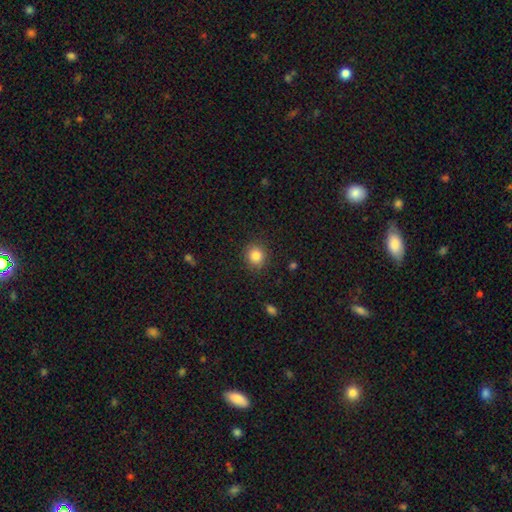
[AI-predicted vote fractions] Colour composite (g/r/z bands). It shows a smooth galaxy with no disk features (84%) that is round (86%). Merging: none (89%).